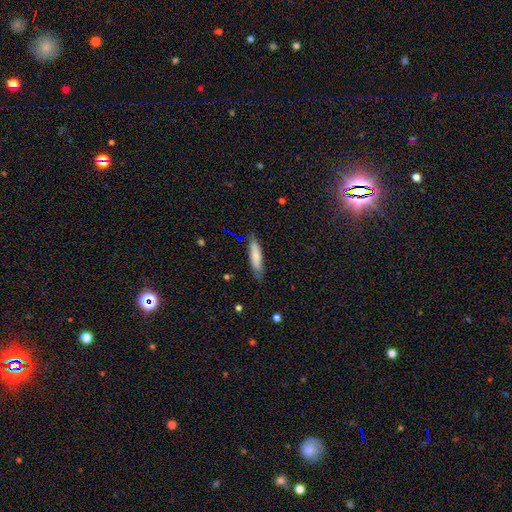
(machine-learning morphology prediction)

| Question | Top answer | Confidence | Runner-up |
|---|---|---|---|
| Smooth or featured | smooth | 80% | featured or disk (14%) |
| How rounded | cigar-shaped | 69% | in between (29%) |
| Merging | none | 76% | minor disturbance (19%) |